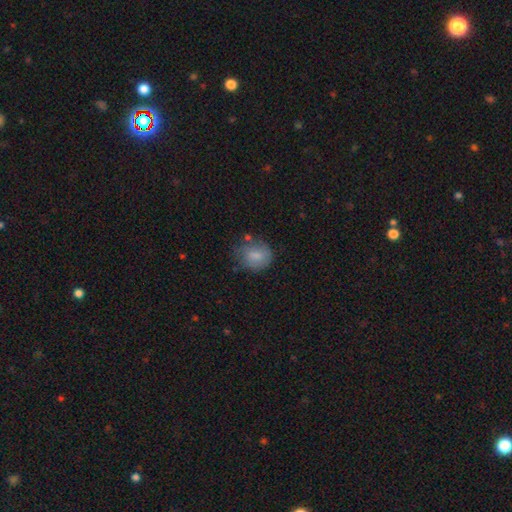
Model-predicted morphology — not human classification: Smooth or featured: smooth — 76% (featured or disk — 16%)
How rounded: round — 55% (in between — 44%)
Merging: none — 56% (minor disturbance — 28%)